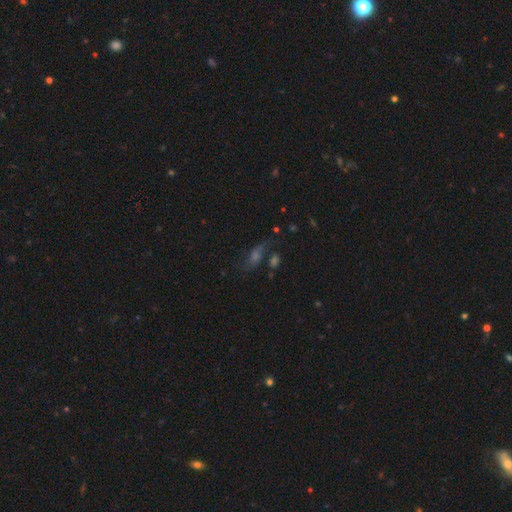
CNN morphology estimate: Overall: featured or disk (41%; smooth 30%). Merging: none (50%; merger 18%).